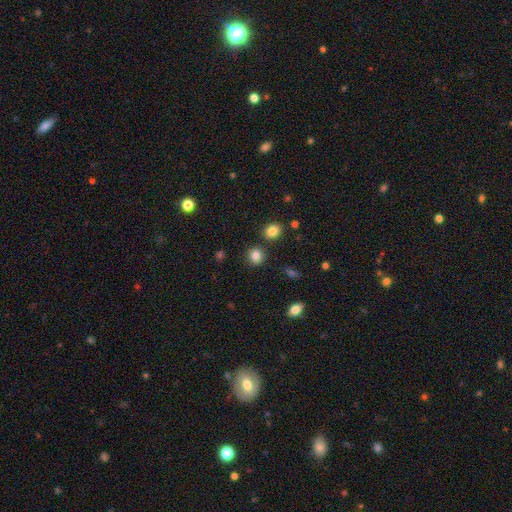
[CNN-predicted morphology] type=smooth (84%); roundness=round (87%); merging=none (85%).